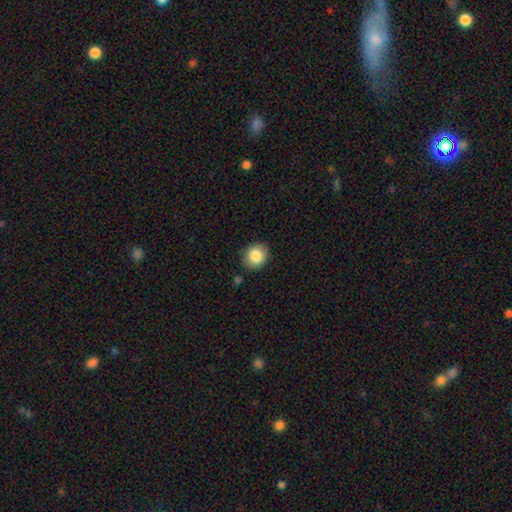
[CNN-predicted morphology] Smooth or featured? Predicted: smooth (p=0.85). How rounded? Predicted: round (p=0.67). Merging? Predicted: none (p=0.84).